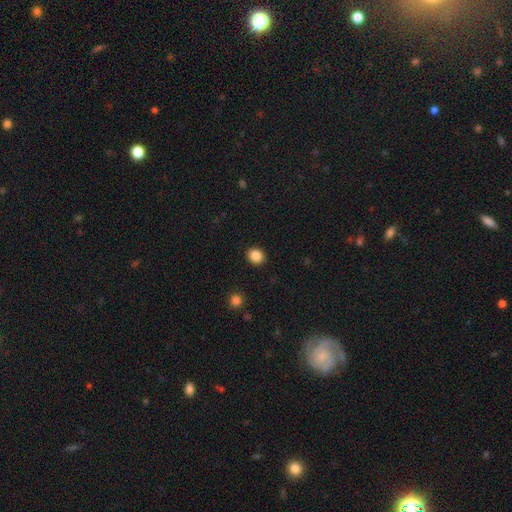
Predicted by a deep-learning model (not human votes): smooth-or-featured: smooth: 87% | star or artifact: 10% | featured or disk: 4%
  how-rounded: round: 76% | in between: 24% | cigar-shaped: 1%
  merging: none: 92% | minor disturbance: 5% | major disturbance: 2% | merger: 1%